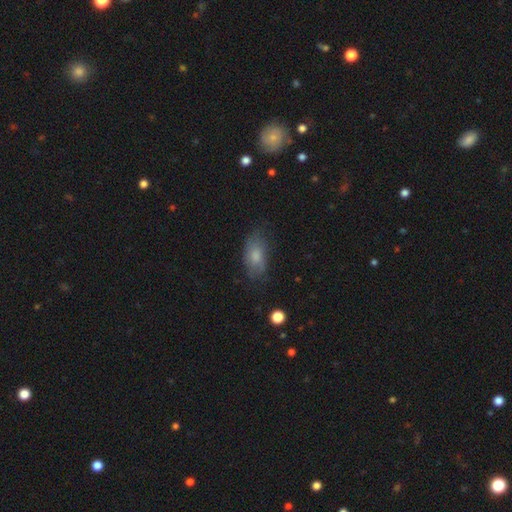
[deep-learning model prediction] This is likely a smooth galaxy (71%). How rounded: clearly in between (89%). Merging: likely none (65%).